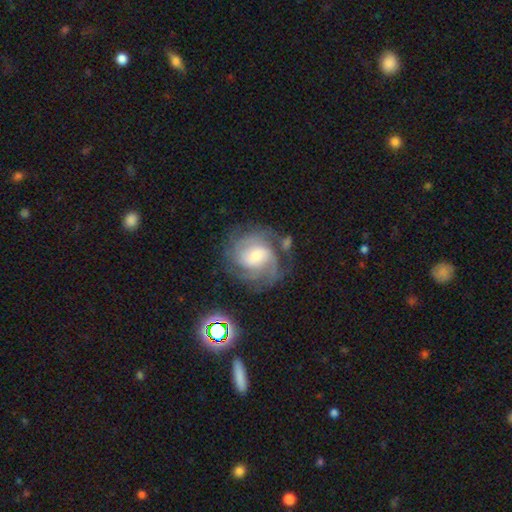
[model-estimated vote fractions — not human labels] Q: Smooth or featured?
A: featured or disk (80%); runner-up: smooth (12%)
Q: Edge-on disk?
A: no (98%); runner-up: yes (2%)
Q: Bar?
A: no (49%); runner-up: weak (41%)
Q: Spiral arms?
A: yes (95%); runner-up: no (5%)
Q: Spiral winding?
A: tight (53%); runner-up: medium (37%)
Q: Spiral arm count?
A: 3 (28%); runner-up: can't tell (26%)
Q: Bulge size?
A: moderate (44%); runner-up: small (41%)
Q: Merging?
A: none (65%); runner-up: minor disturbance (18%)